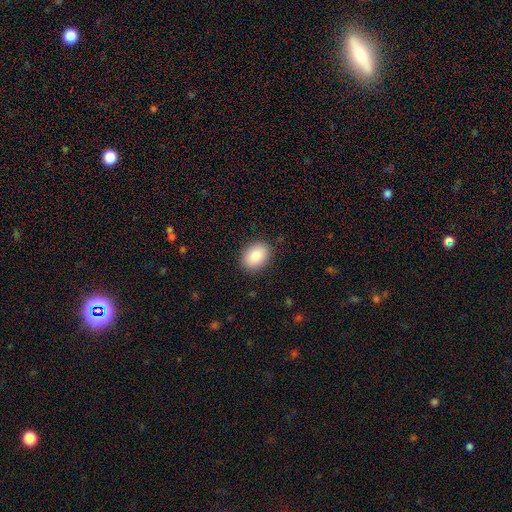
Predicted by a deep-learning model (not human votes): Smooth or featured? Predicted: smooth (p=0.89). How rounded? Predicted: in between (p=0.71). Merging? Predicted: none (p=0.88).